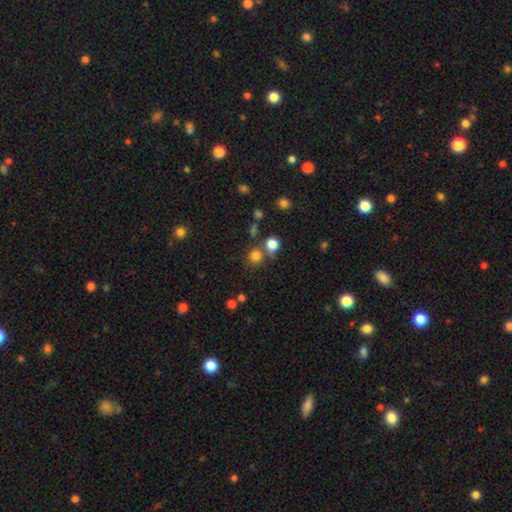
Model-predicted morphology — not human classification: Smooth or featured? Predicted: smooth (p=0.77). How rounded? Predicted: round (p=0.89). Merging? Predicted: none (p=0.69).